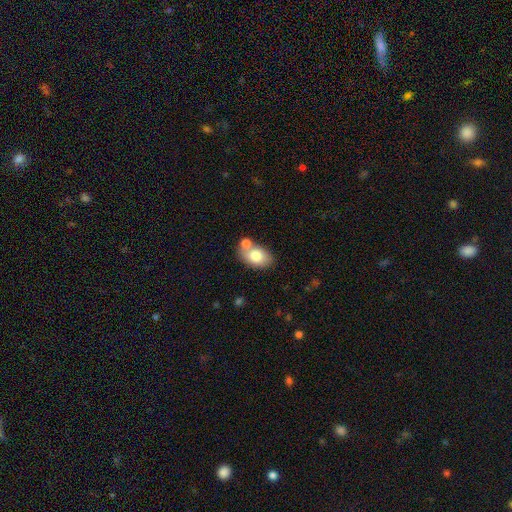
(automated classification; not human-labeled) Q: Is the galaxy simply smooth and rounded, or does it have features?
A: smooth — 75%.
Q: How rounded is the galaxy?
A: in between — 86%.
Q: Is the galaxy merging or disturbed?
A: none — 57%.